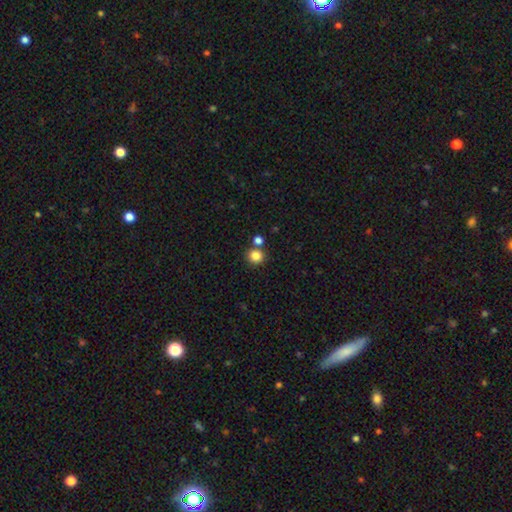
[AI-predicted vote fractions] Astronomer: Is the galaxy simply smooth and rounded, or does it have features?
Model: smooth — 84%.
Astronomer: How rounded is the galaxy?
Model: round — 89%.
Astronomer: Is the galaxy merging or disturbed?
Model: none — 76%.